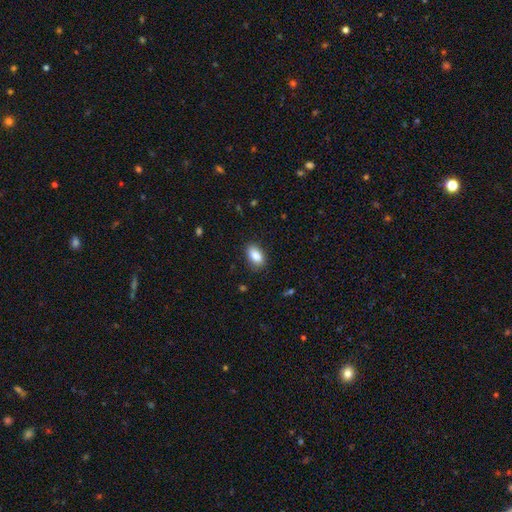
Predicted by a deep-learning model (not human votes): This appears to be a smooth galaxy with no disk features (87%) that is in between round and cigar-shaped (91%). Merging: none (84%).